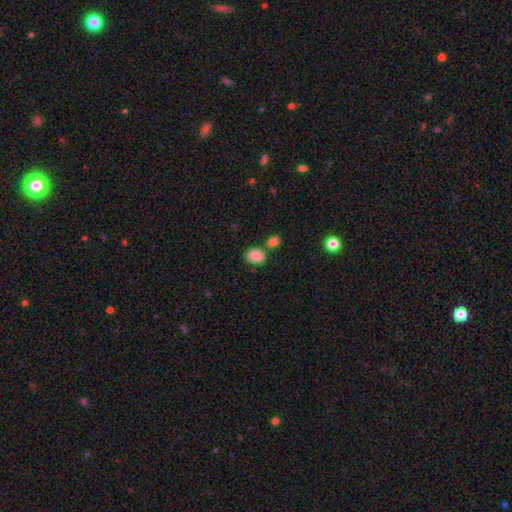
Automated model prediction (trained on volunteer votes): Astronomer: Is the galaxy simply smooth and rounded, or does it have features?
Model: smooth — 85%.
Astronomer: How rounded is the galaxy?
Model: in between — 61% (runner-up: round, 37%).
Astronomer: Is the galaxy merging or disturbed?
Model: none — 62%.